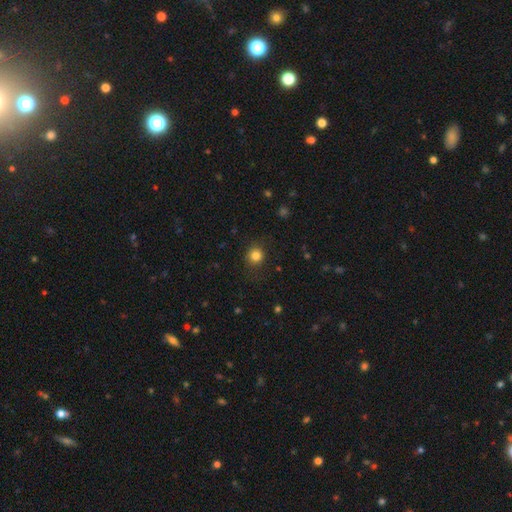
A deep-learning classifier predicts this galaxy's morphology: Overall: smooth (82%). How rounded: round (87%). Merging: none (85%).